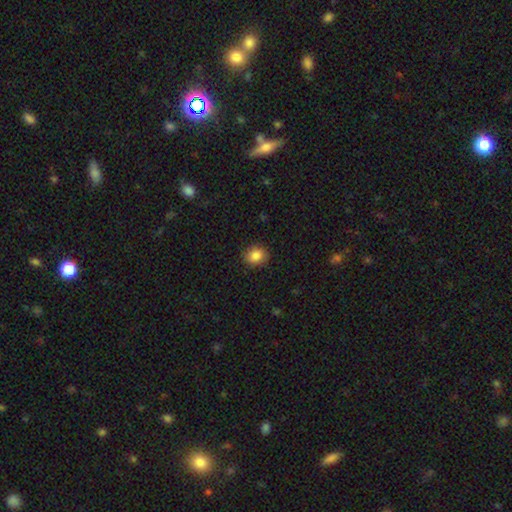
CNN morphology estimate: type=smooth (85%); roundness=round (72%); merging=none (88%).